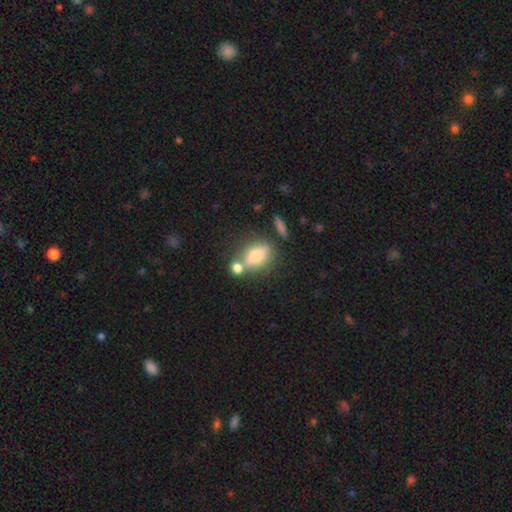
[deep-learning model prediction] Smooth or featured? smooth (62%)
How rounded? in between (65%)
Merging? none (57%)